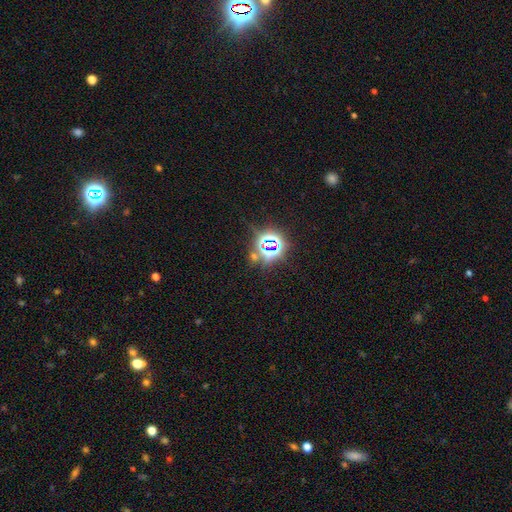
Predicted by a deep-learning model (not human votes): A star or artifact, not a galaxy (77%).